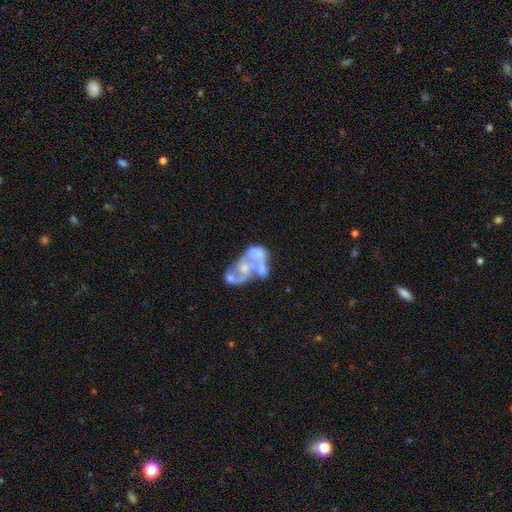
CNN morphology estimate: This appears to be a featured or disk galaxy (69%) with no bar (85%), no spiral arms (73%) and no central bulge (47%). Merging: merger (49%).